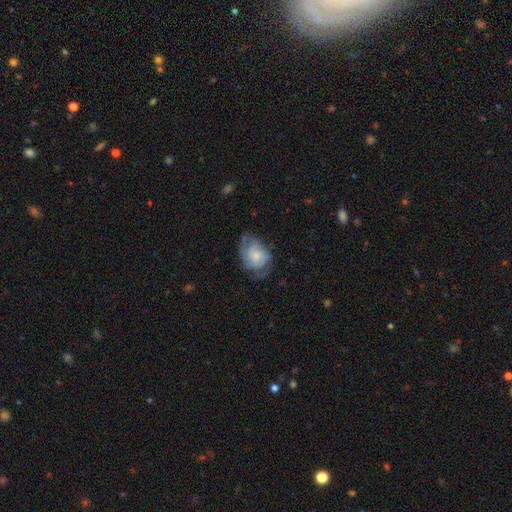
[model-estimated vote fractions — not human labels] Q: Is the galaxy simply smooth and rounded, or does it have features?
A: featured or disk — 47%.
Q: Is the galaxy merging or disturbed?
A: none — 42%.